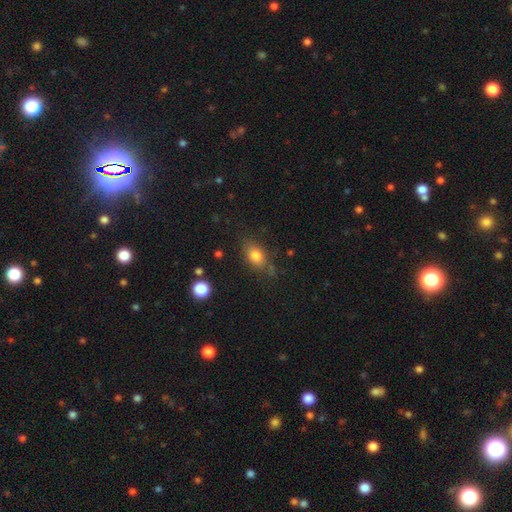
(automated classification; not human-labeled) Q: Smooth or featured?
A: smooth (80%); runner-up: featured or disk (11%)
Q: How rounded?
A: in between (80%); runner-up: round (17%)
Q: Merging?
A: none (71%); runner-up: minor disturbance (19%)